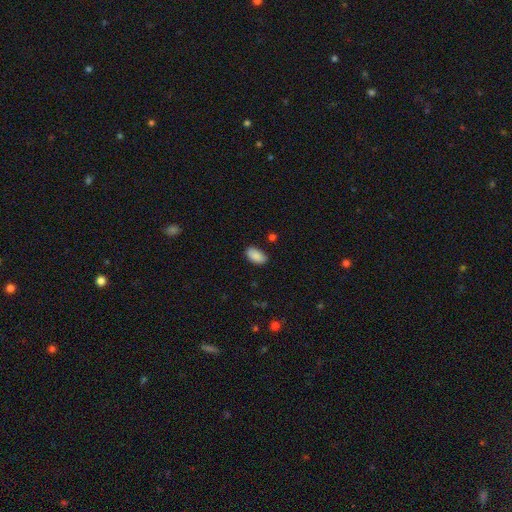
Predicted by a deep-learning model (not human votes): Overall: smooth (87%). How rounded: in between (94%). Merging: none (83%).